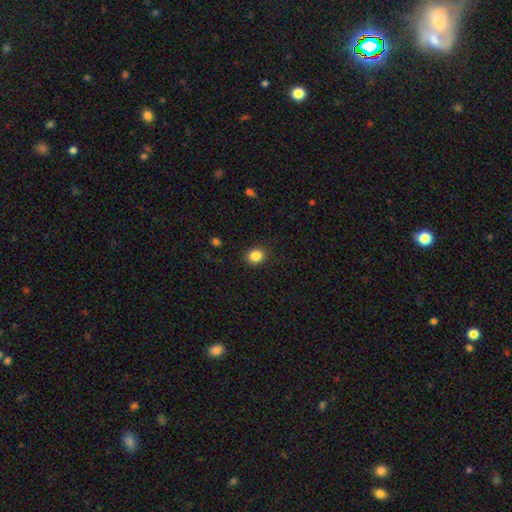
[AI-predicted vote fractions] Q: Smooth or featured?
A: smooth (85%); runner-up: star or artifact (10%)
Q: How rounded?
A: round (71%); runner-up: in between (28%)
Q: Merging?
A: none (88%); runner-up: minor disturbance (8%)